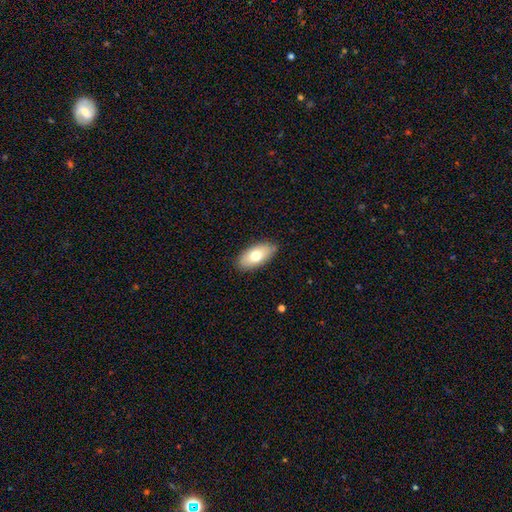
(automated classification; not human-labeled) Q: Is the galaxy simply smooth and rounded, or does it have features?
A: smooth — 72%.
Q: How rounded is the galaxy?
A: in between — 92%.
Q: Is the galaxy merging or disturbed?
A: none — 85%.